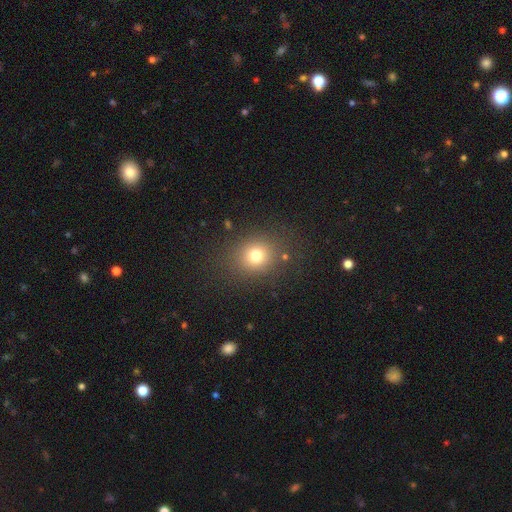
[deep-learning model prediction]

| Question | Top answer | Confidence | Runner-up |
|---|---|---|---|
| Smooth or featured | smooth | 74% | star or artifact (16%) |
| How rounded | round | 73% | in between (26%) |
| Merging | none | 83% | minor disturbance (10%) |